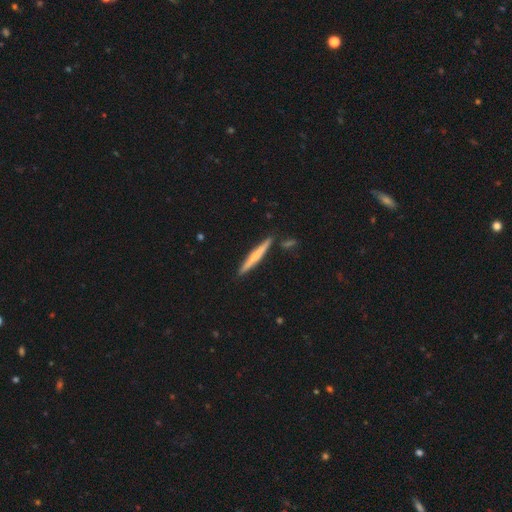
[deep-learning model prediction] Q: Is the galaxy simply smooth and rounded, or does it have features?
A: featured or disk — 51%.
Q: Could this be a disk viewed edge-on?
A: yes — 97%.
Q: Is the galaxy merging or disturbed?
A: none — 86%.